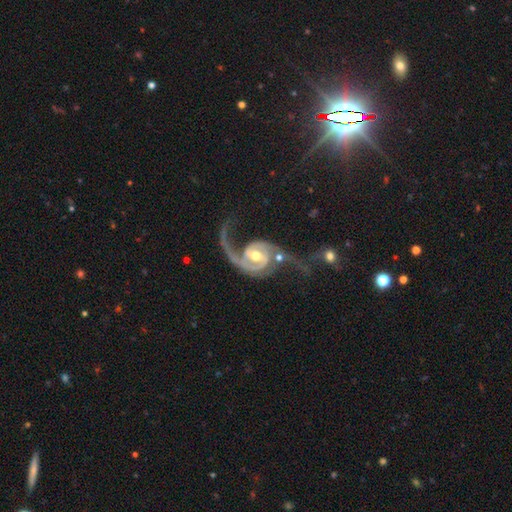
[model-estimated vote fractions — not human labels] smooth-or-featured: featured or disk: 92% | smooth: 4% | star or artifact: 4%
  disk-edge-on: no: 98% | yes: 2%
    bar: weak: 45% | no: 31% | strong: 24%
    has-spiral-arms: yes: 98% | no: 2%
      spiral-winding: loose: 49% | medium: 38% | tight: 13%
      spiral-arm-count: 2: 89% | 1: 5% | can't tell: 2% | 3: 2% | 4: 1% | more than 4: 1%
    bulge-size: moderate: 70% | small: 21% | large: 7% | none: 1% | dominant: 1%
  merging: none: 41% | major disturbance: 28% | merger: 16% | minor disturbance: 15%